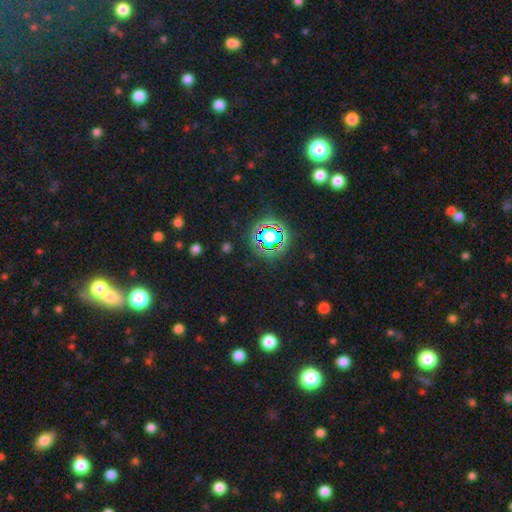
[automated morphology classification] type=star or artifact (75%).